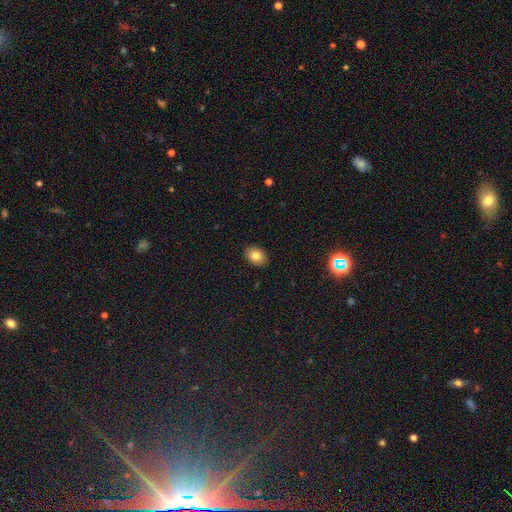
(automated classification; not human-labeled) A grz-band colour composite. It shows a smooth galaxy with no disk features (82%) that is in between round and cigar-shaped (71%). Merging: none (89%).